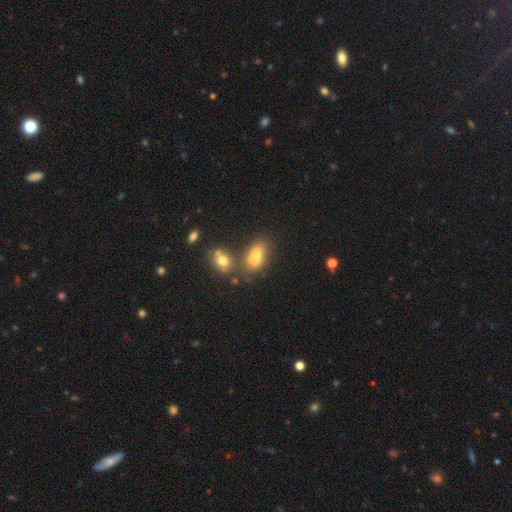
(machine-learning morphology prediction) Smooth or featured? smooth (69%)
How rounded? in between (79%)
Merging? merger (46%)